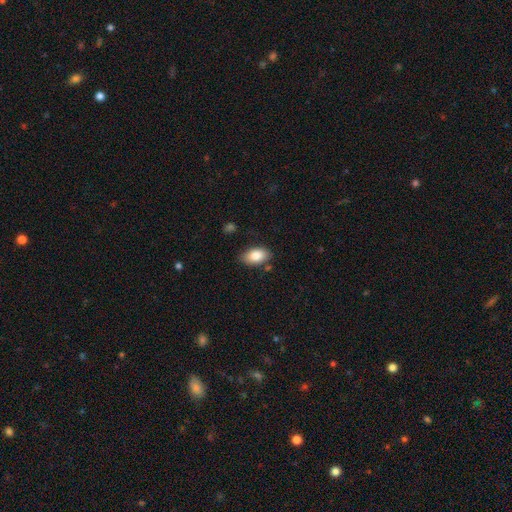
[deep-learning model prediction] This is clearly a smooth galaxy (84%). How rounded: clearly in between (92%). Merging: likely none (79%).